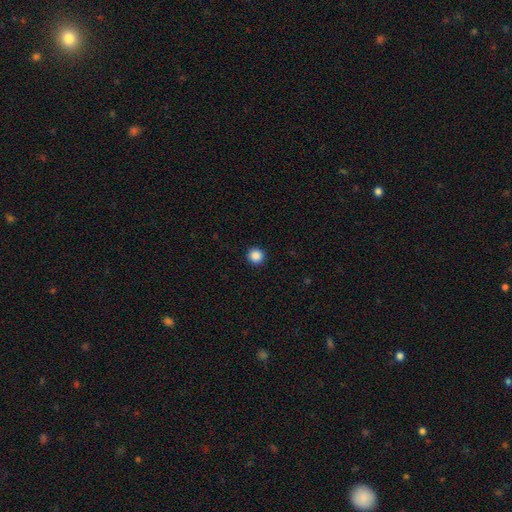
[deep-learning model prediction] smooth_or_featured: smooth (p=0.87) [alt: star or artifact p=0.10]
how_rounded: round (p=0.95) [alt: in between p=0.04]
merging: none (p=0.93) [alt: minor disturbance p=0.04]